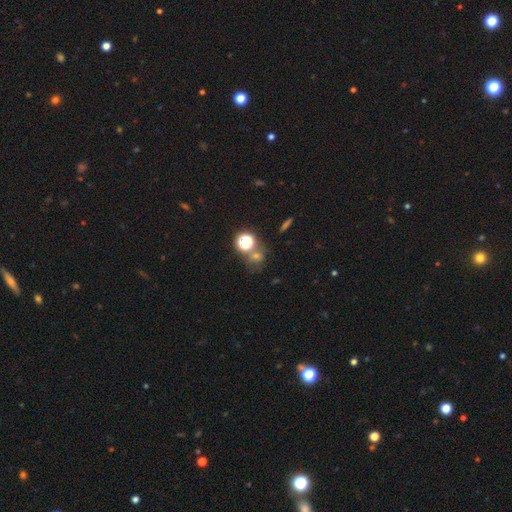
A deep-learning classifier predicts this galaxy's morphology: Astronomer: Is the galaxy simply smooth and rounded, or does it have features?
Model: star or artifact — 49% (runner-up: smooth, 39%).